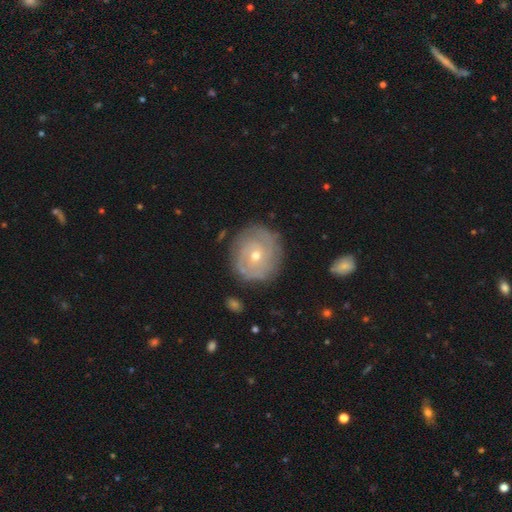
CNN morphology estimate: This is likely a featured or disk galaxy (72%). It is clearly not viewed edge-on (97%). Bar: likely no (76%). Spiral arm pattern: clearly yes (84%). Spiral arm count: marginally can't tell (45%). Spiral winding: likely tight (75%). Central bulge: possibly small (55%). Merging: clearly none (81%).